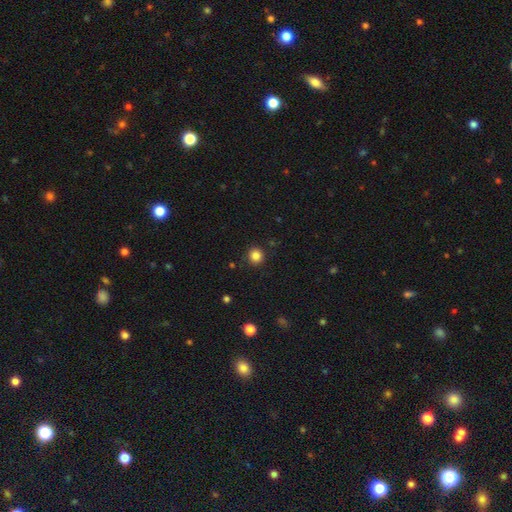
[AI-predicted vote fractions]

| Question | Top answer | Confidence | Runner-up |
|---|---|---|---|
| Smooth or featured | smooth | 84% | star or artifact (12%) |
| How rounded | round | 92% | in between (7%) |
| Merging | none | 91% | minor disturbance (6%) |